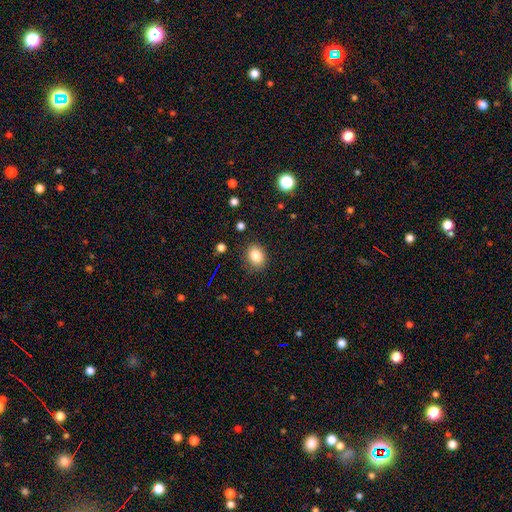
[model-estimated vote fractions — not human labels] smooth-or-featured: smooth: 84% | star or artifact: 10% | featured or disk: 6%
  how-rounded: in between: 61% | round: 38% | cigar-shaped: 1%
  merging: none: 84% | minor disturbance: 11% | major disturbance: 3% | merger: 1%